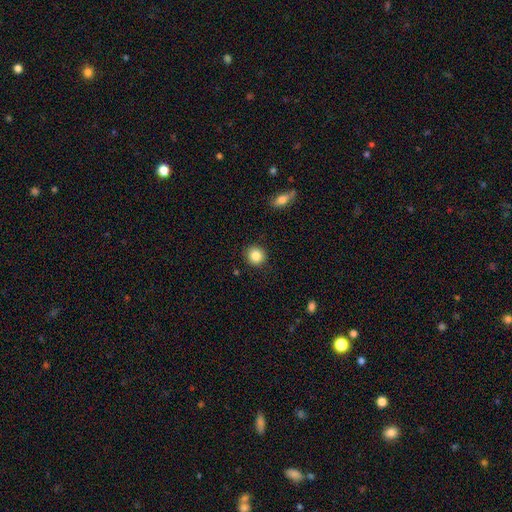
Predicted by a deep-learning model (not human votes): smooth-or-featured: smooth: 86% | star or artifact: 9% | featured or disk: 5%
  how-rounded: round: 89% | in between: 10% | cigar-shaped: 1%
  merging: none: 90% | minor disturbance: 7% | major disturbance: 2% | merger: 1%